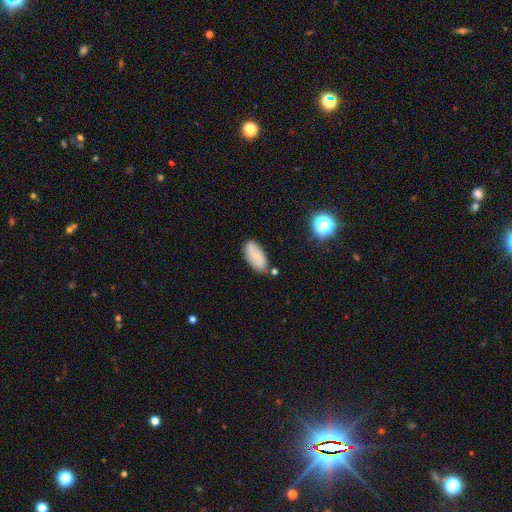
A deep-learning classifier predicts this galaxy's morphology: This appears to be a smooth galaxy with no disk features (67%) that is in between round and cigar-shaped (91%). Merging: none (75%).